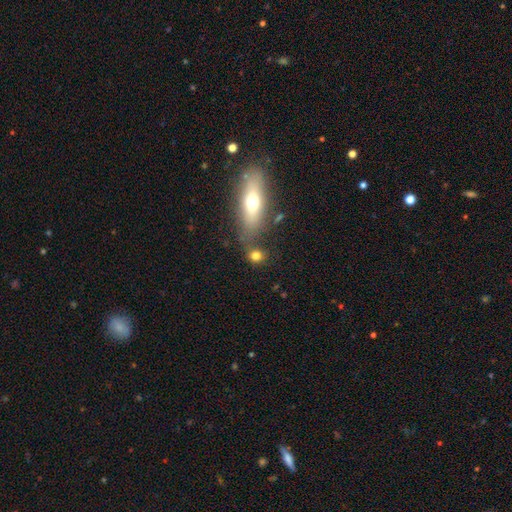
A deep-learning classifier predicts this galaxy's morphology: This appears to be a smooth galaxy with no disk features (79%) that is round (68%). Merging: none (63%).